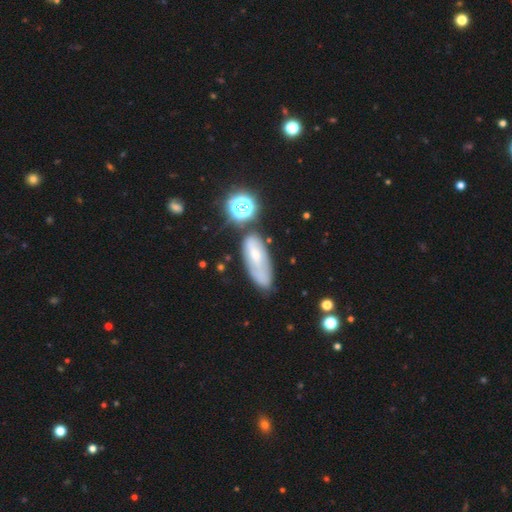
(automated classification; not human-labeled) smooth 47%, featured or disk 39%, star or artifact 14%. Down the decision tree: merging — none (52%).